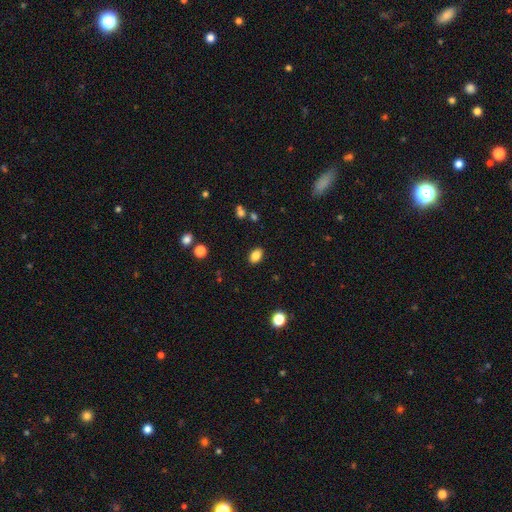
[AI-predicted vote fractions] smooth 85%, star or artifact 10%, featured or disk 5%. Down the decision tree: how rounded — in between (81%); merging — none (88%).